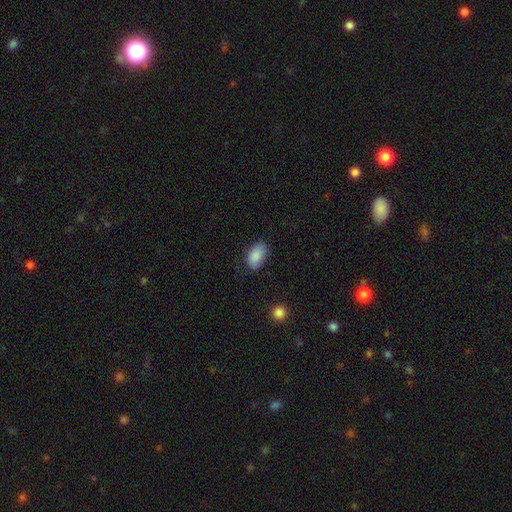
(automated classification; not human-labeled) smooth_or_featured: smooth (p=0.88) [alt: star or artifact p=0.08]
how_rounded: in between (p=0.92) [alt: round p=0.06]
merging: none (p=0.73) [alt: minor disturbance p=0.21]